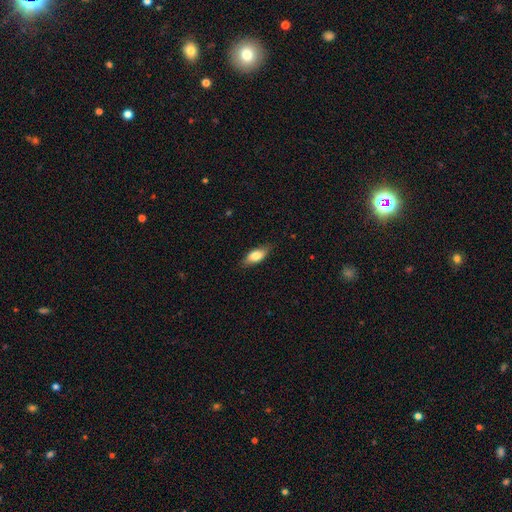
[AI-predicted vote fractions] Q: Smooth or featured?
A: smooth (77%); runner-up: featured or disk (17%)
Q: How rounded?
A: in between (80%); runner-up: cigar-shaped (16%)
Q: Merging?
A: none (82%); runner-up: minor disturbance (15%)